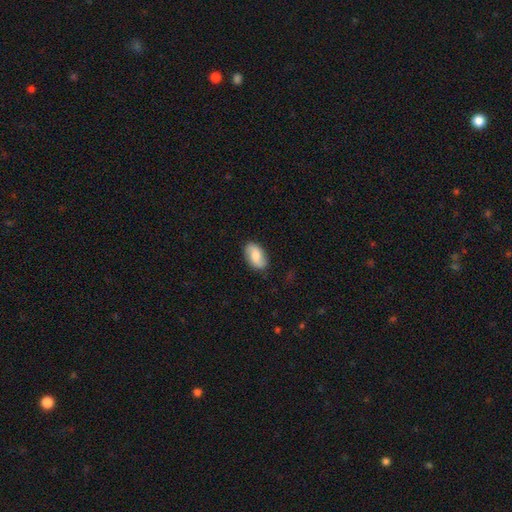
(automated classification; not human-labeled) Morphology: type=smooth (54%); roundness=in between (91%); merging=none (83%).